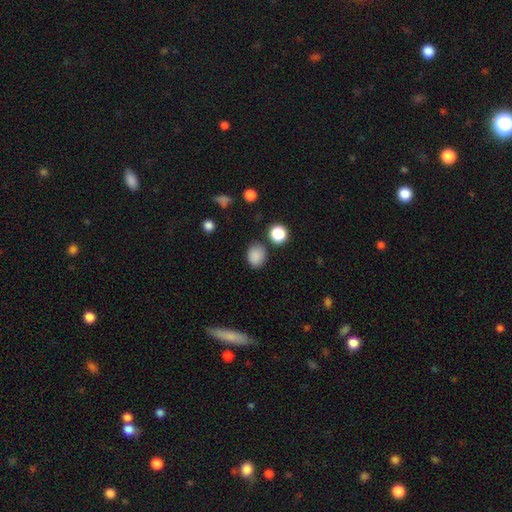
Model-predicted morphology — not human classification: smooth 86%, star or artifact 10%, featured or disk 4%. Down the decision tree: how rounded — round (51%); merging — none (80%).